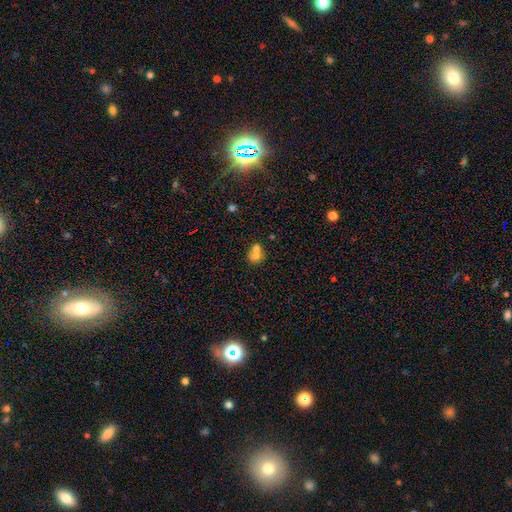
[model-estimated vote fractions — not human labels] A smooth galaxy with no disk features (69%) that is round (70%). Merging: merger (61%).